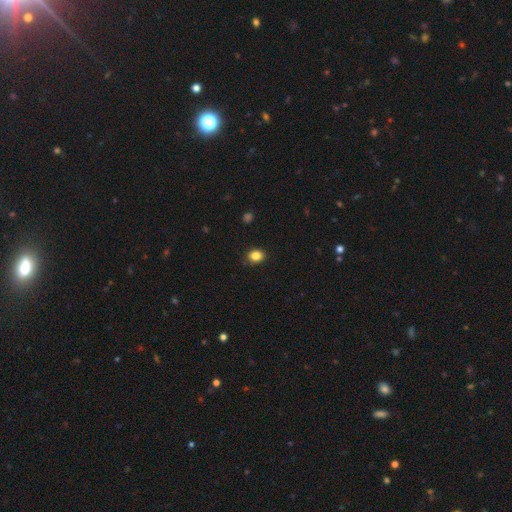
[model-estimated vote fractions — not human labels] Smooth or featured: smooth — 85% (star or artifact — 10%)
How rounded: in between — 50% (round — 49%)
Merging: none — 88% (minor disturbance — 9%)